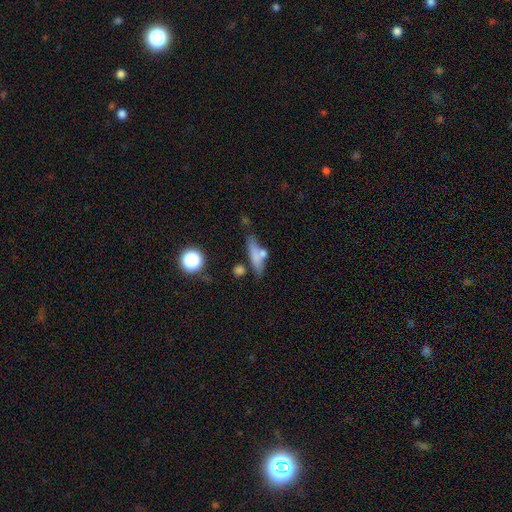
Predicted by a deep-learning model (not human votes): This appears to be a smooth galaxy with no disk features (68%) that is cigar-shaped (67%). Merging: none (57%).